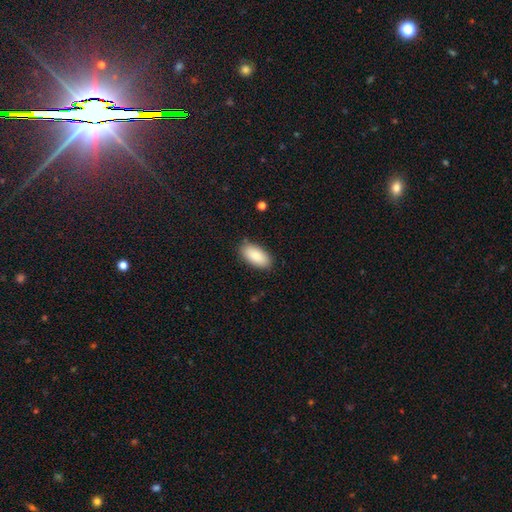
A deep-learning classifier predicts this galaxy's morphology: smooth 89%, star or artifact 6%, featured or disk 5%. Down the decision tree: how rounded — in between (93%); merging — none (84%).